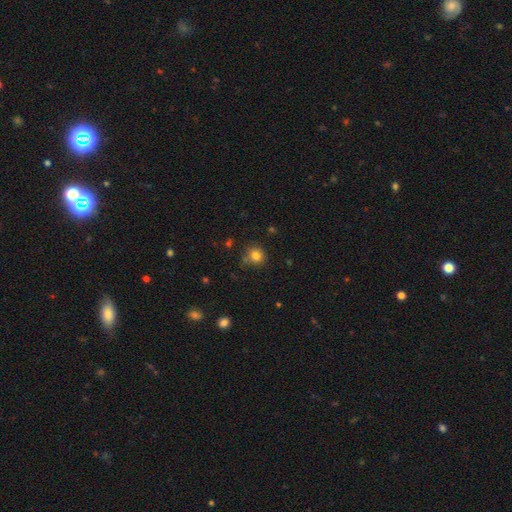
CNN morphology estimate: Smooth or featured? Predicted: smooth (p=0.80). How rounded? Predicted: round (p=0.89). Merging? Predicted: none (p=0.75).